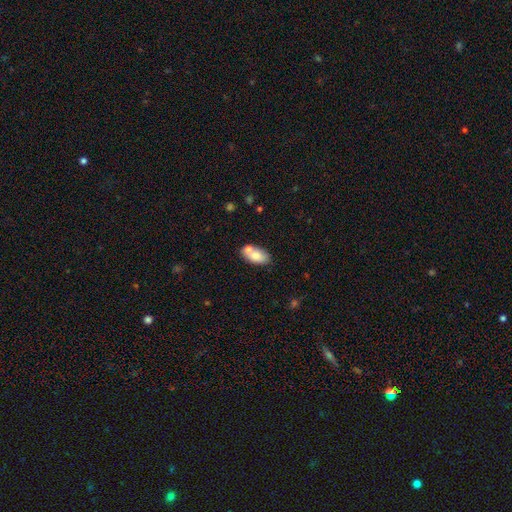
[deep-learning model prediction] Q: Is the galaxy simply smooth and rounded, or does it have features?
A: smooth — 74%.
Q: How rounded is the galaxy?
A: in between — 91%.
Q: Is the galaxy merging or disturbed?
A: none — 51%.